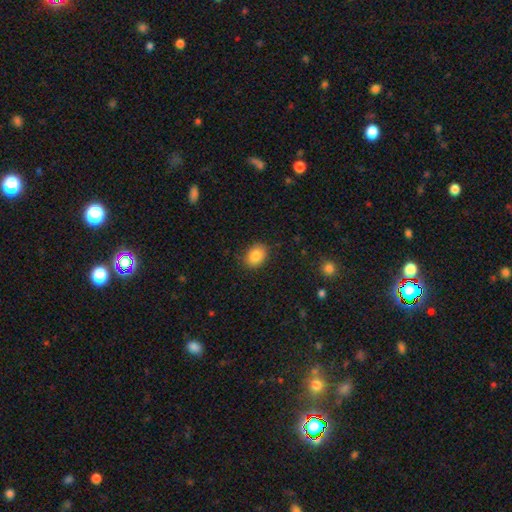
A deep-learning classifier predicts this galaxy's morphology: Q: Smooth or featured?
A: smooth (84%); runner-up: star or artifact (8%)
Q: How rounded?
A: in between (63%); runner-up: round (36%)
Q: Merging?
A: none (85%); runner-up: minor disturbance (12%)